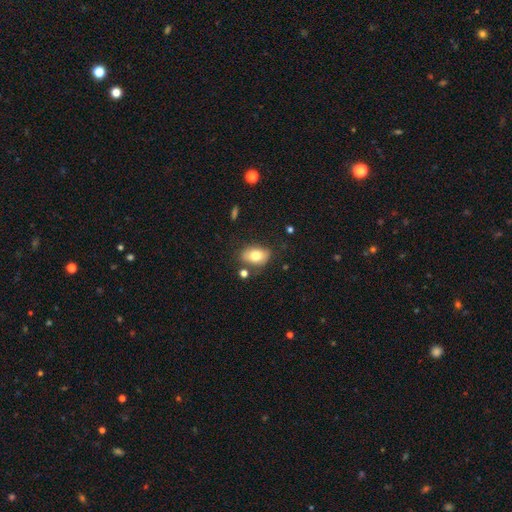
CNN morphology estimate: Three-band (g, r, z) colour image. It shows a smooth galaxy with no disk features (75%) that is in between round and cigar-shaped (82%). Merging: none (73%).